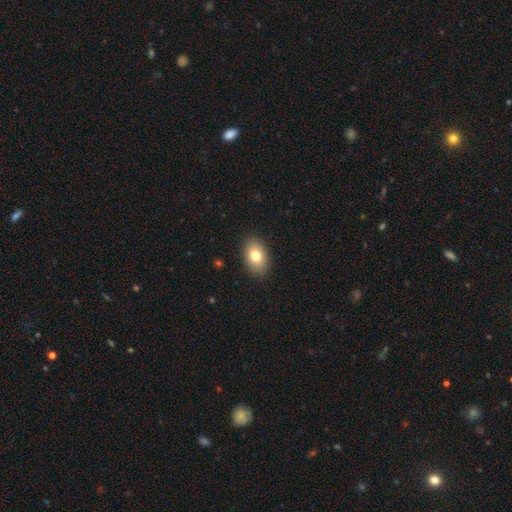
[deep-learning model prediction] Overall: smooth (78%). How rounded: in between (87%). Merging: none (88%).